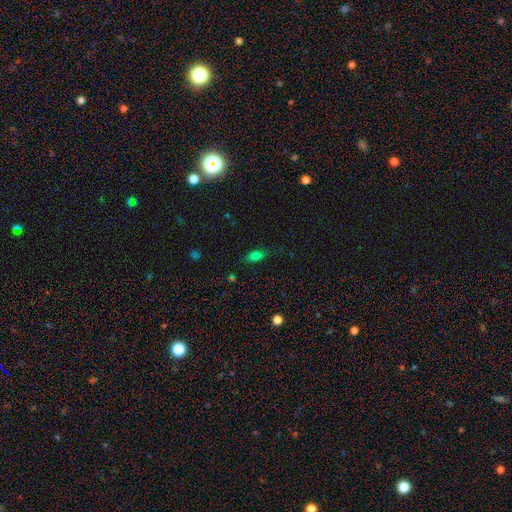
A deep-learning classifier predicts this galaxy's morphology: Smooth or featured: smooth — 72% (star or artifact — 14%)
How rounded: in between — 78% (cigar-shaped — 16%)
Merging: none — 77% (minor disturbance — 17%)